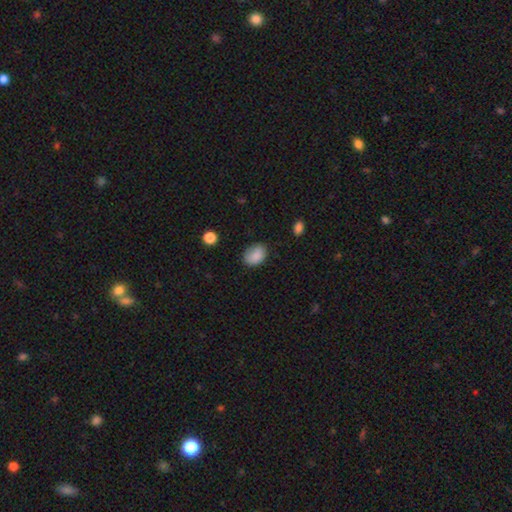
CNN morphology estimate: Smooth or featured? Predicted: smooth (p=0.86). How rounded? Predicted: in between (p=0.73). Merging? Predicted: none (p=0.71).